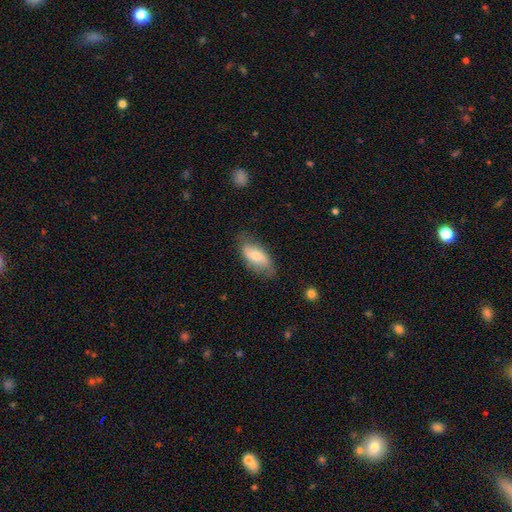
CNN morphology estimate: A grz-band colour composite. It shows a smooth galaxy with no disk features (63%) that is in between round and cigar-shaped (89%). Merging: none (68%).